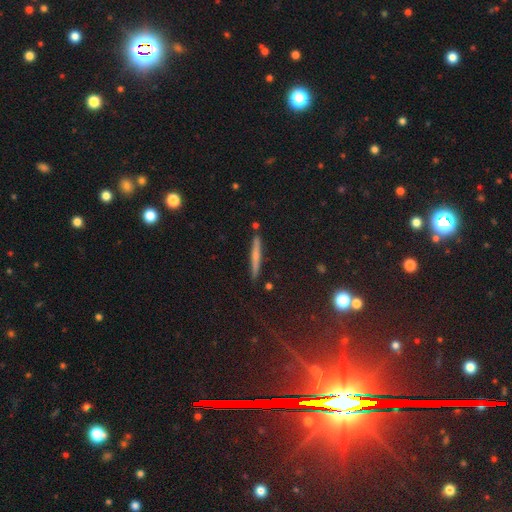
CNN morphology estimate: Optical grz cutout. It shows a smooth galaxy with no disk features (49%). Merging: none (88%).